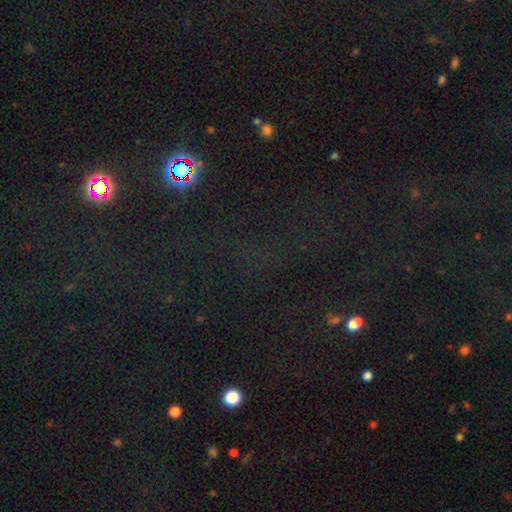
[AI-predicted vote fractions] Overall: star or artifact (72%).